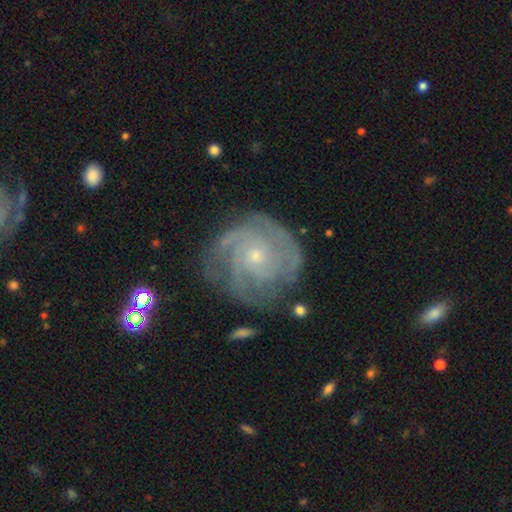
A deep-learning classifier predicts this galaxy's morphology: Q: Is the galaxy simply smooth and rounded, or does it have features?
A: featured or disk — 86%.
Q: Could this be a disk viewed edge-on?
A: no — 98%.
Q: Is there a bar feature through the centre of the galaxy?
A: no — 79%.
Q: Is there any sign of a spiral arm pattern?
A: yes — 96%.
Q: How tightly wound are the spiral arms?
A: tight — 69%.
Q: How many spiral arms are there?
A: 3 — 30%.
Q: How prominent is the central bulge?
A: small — 75%.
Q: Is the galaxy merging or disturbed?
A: none — 73%.